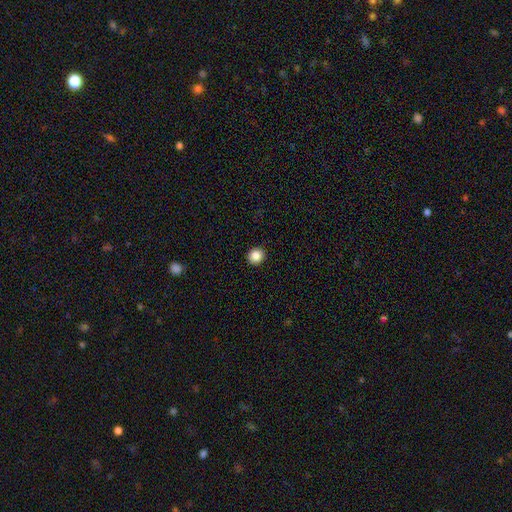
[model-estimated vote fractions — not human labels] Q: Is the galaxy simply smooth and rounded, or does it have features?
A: smooth — 86%.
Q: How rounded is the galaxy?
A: round — 88%.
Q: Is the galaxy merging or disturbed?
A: none — 93%.